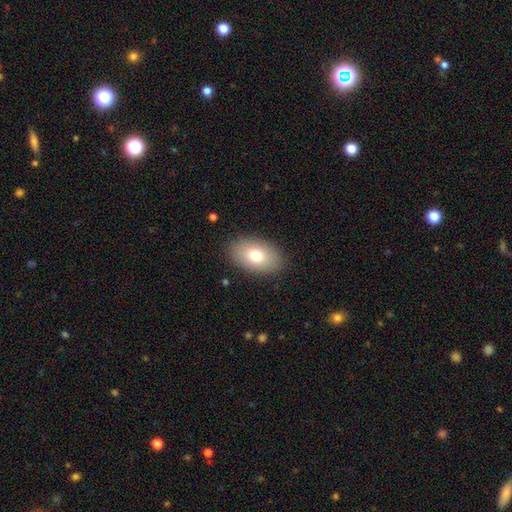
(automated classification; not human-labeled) Q: Smooth or featured?
A: smooth (76%); runner-up: featured or disk (16%)
Q: How rounded?
A: in between (91%); runner-up: round (8%)
Q: Merging?
A: none (87%); runner-up: minor disturbance (9%)